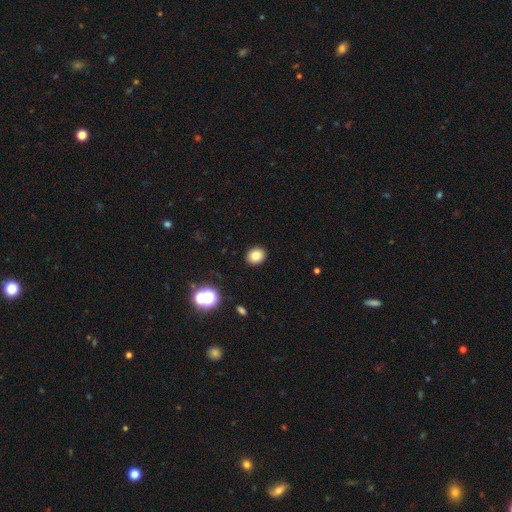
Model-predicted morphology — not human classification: Q: Smooth or featured?
A: smooth (81%); runner-up: star or artifact (12%)
Q: How rounded?
A: round (66%); runner-up: in between (33%)
Q: Merging?
A: none (91%); runner-up: minor disturbance (6%)